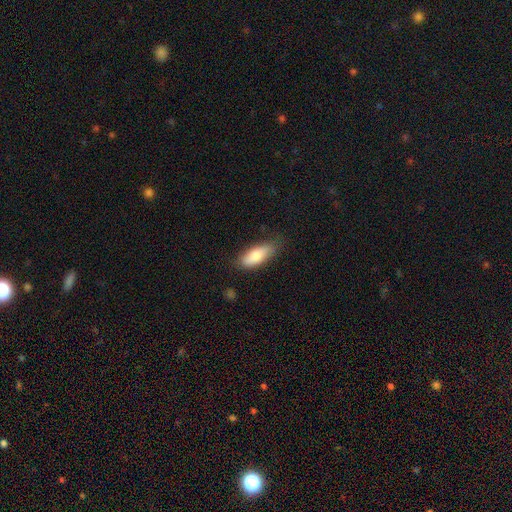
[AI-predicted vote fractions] This is clearly a smooth galaxy (81%). How rounded: likely in between (77%). Merging: likely none (71%).